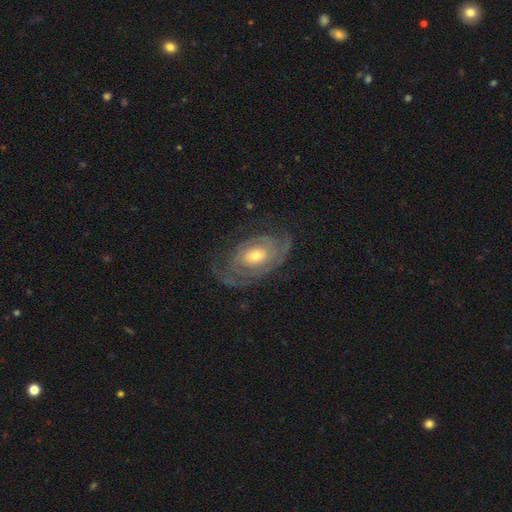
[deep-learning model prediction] featured or disk 83%, smooth 11%, star or artifact 5%. Down the decision tree: edge-on disk — no (95%); bar — no (67%); spiral arms — yes (91%); spiral arm count — 2 (38%); spiral winding — tight (68%); bulge size — moderate (54%); merging — none (68%).